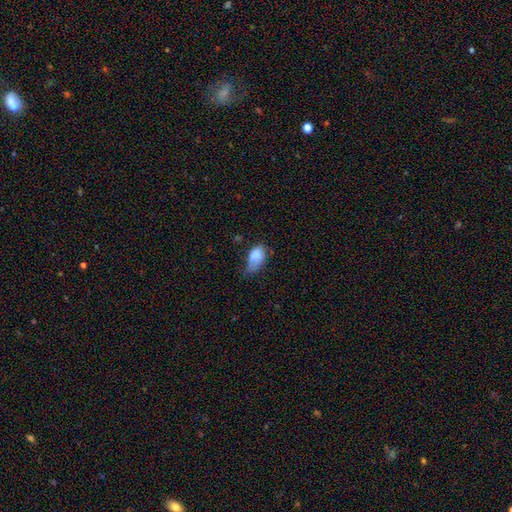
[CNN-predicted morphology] This is clearly a smooth galaxy (81%). How rounded: clearly in between (92%). Merging: possibly minor disturbance (46%).